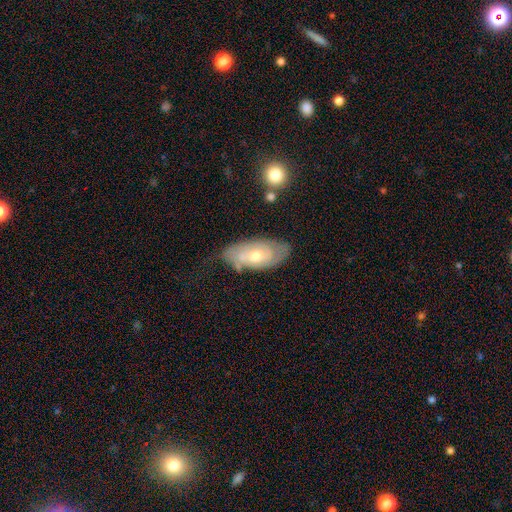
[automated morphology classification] Overall: featured or disk (57%; smooth 37%). Edge-on disk: no (88%). Bar: no (76%). Spiral arms: yes (66%; no 34%). Bulge size: moderate (61%; small 35%). Merging: none (62%; minor disturbance 25%).